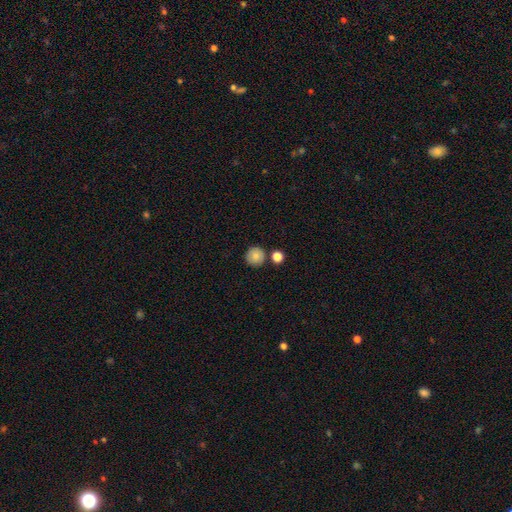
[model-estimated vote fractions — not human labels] Overall: smooth (83%). How rounded: round (94%). Merging: none (80%).